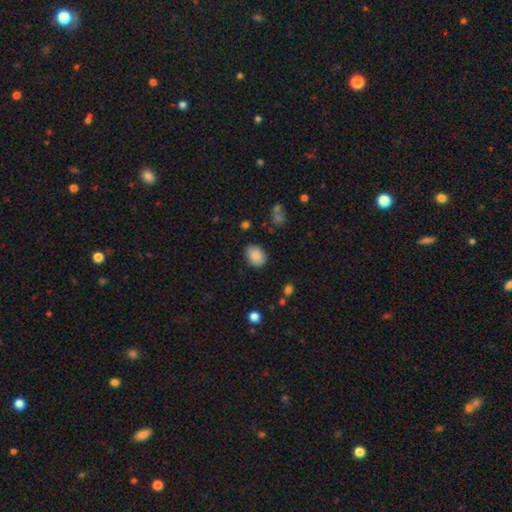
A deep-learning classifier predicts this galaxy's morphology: smooth_or_featured: smooth (p=0.87) [alt: star or artifact p=0.08]
how_rounded: in between (p=0.70) [alt: round p=0.29]
merging: none (p=0.85) [alt: minor disturbance p=0.11]